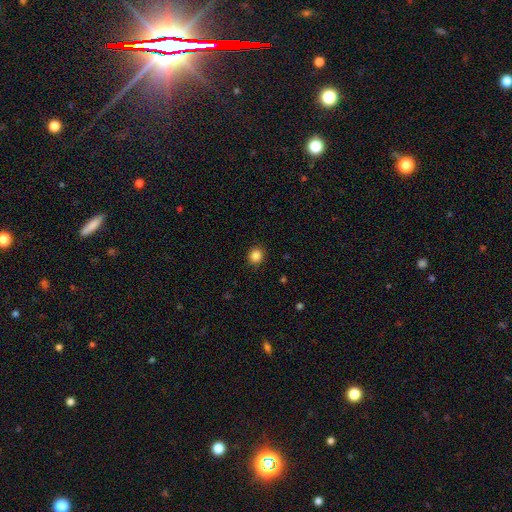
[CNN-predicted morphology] type=smooth (86%); roundness=round (83%); merging=none (91%).